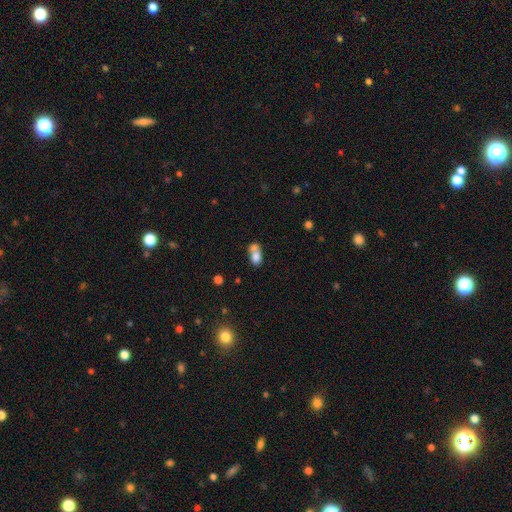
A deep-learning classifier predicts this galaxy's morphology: Overall: smooth (74%). How rounded: in between (73%). Merging: merger (61%; none 24%).